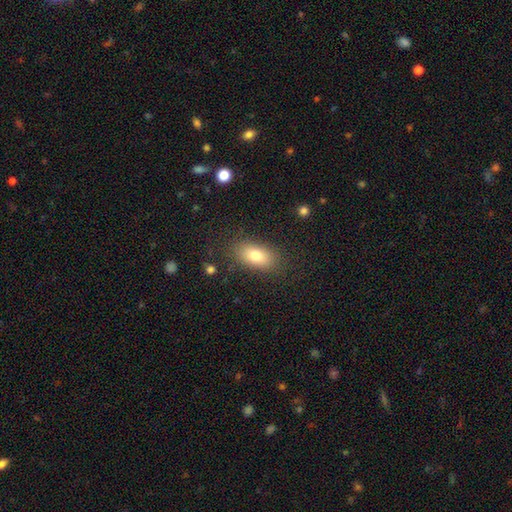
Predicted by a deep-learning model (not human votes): Q: Smooth or featured?
A: smooth (79%); runner-up: featured or disk (12%)
Q: How rounded?
A: in between (88%); runner-up: round (6%)
Q: Merging?
A: none (83%); runner-up: minor disturbance (11%)